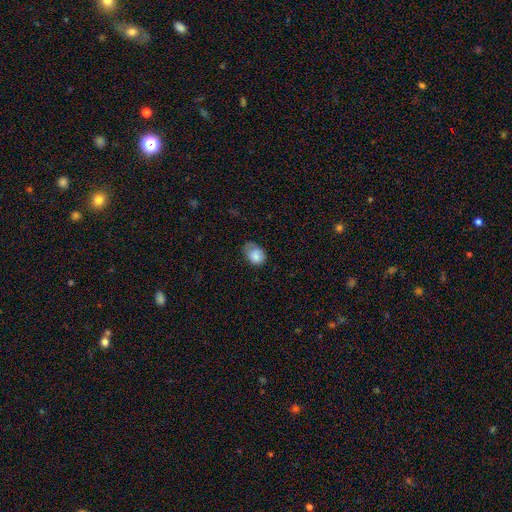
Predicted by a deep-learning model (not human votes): smooth_or_featured: smooth (p=0.83) [alt: featured or disk p=0.09]
how_rounded: in between (p=0.70) [alt: round p=0.29]
merging: minor disturbance (p=0.42) [alt: none p=0.40]